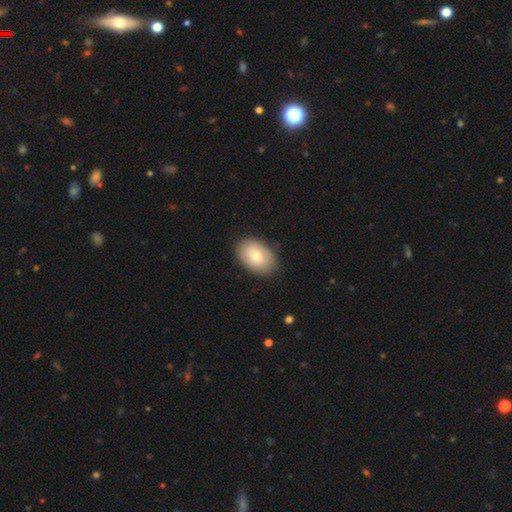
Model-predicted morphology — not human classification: smooth_or_featured: smooth (p=0.73) [alt: featured or disk p=0.20]
how_rounded: in between (p=0.86) [alt: round p=0.13]
merging: none (p=0.86) [alt: minor disturbance p=0.10]